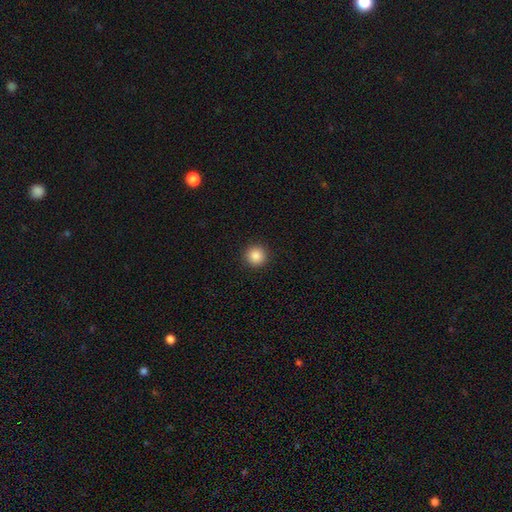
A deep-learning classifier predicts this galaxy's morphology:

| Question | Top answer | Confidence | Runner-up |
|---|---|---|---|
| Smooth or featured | smooth | 87% | star or artifact (10%) |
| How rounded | round | 95% | in between (4%) |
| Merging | none | 93% | minor disturbance (5%) |